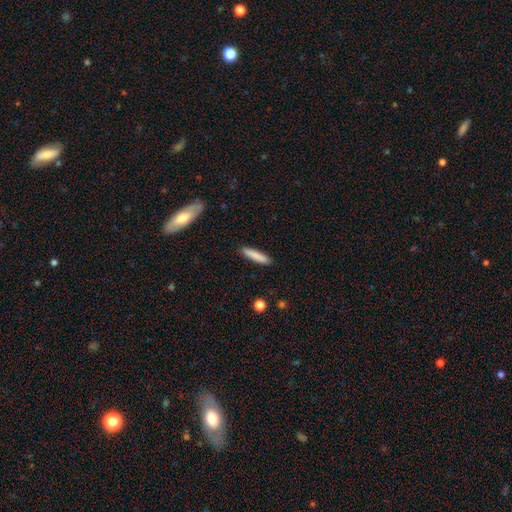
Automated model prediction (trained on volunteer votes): Smooth or featured? smooth (83%)
How rounded? cigar-shaped (87%)
Merging? none (89%)